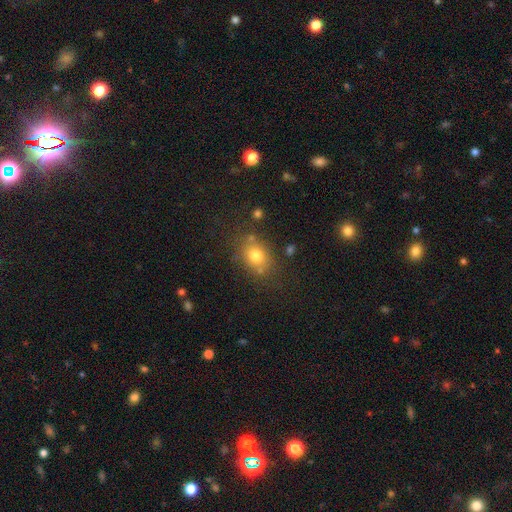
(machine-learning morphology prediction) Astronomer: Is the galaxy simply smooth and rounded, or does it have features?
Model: smooth — 75%.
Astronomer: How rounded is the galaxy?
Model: in between — 50% (runner-up: round, 48%).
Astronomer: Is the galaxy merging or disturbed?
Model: none — 74%.